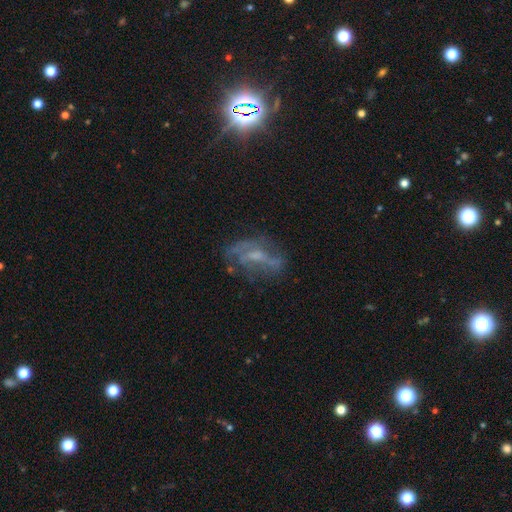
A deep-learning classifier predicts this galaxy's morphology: smooth_or_featured: featured or disk (p=0.64) [alt: smooth p=0.21]
disk_edge_on: no (p=0.89) [alt: yes p=0.11]
bar: no (p=0.48) [alt: weak p=0.38]
has_spiral_arms: yes (p=0.57) [alt: no p=0.43]
bulge_size: small (p=0.43) [alt: moderate p=0.32]
merging: none (p=0.54) [alt: minor disturbance p=0.21]